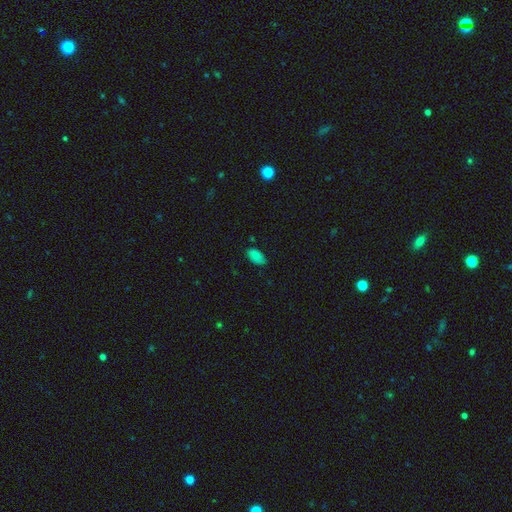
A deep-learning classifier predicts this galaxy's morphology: This is clearly a smooth galaxy (82%). How rounded: clearly in between (94%). Merging: likely none (71%).